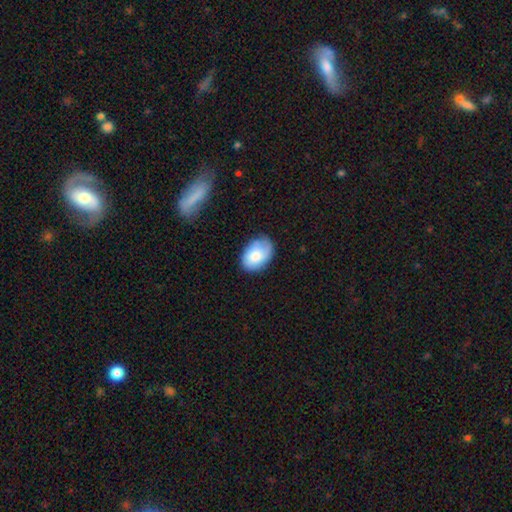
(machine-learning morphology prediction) A smooth galaxy with no disk features (75%) that is in between round and cigar-shaped (82%).

Vote fractions:
- Smooth or featured? smooth: 75% / featured or disk: 18% / star or artifact: 7%
- How rounded? in between: 82% / round: 17% / cigar-shaped: 1%
- Merging? none: 71% / minor disturbance: 22% / major disturbance: 5% / merger: 2%